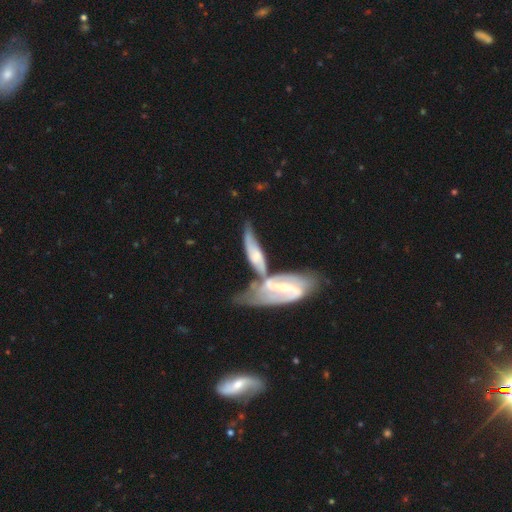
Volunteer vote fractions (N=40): smooth_or_featured: featured or disk (p=0.82) [alt: smooth p=0.17]
disk_edge_on: no (p=0.82) [alt: yes p=0.18]
bar: weak (p=0.37) [alt: strong p=0.33]
has_spiral_arms: yes (p=0.96) [alt: no p=0.04]
spiral_winding: loose (p=0.65) [alt: medium p=0.31]
spiral_arm_count: 2 (p=1.00)
bulge_size: small (p=0.59) [alt: moderate p=0.15]
merging: merger (p=0.68) [alt: none p=0.17]